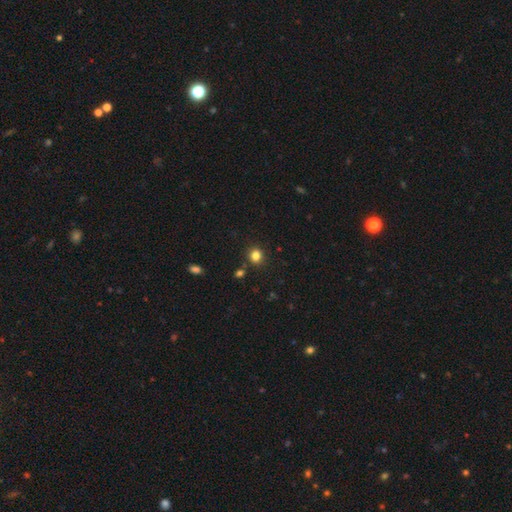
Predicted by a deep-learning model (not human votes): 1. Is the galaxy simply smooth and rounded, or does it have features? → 81% smooth, 14% star or artifact, 5% featured or disk.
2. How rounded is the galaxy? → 83% round, 16% in between, 1% cigar-shaped.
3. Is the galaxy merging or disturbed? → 86% none, 8% minor disturbance, 4% merger, 2% major disturbance.